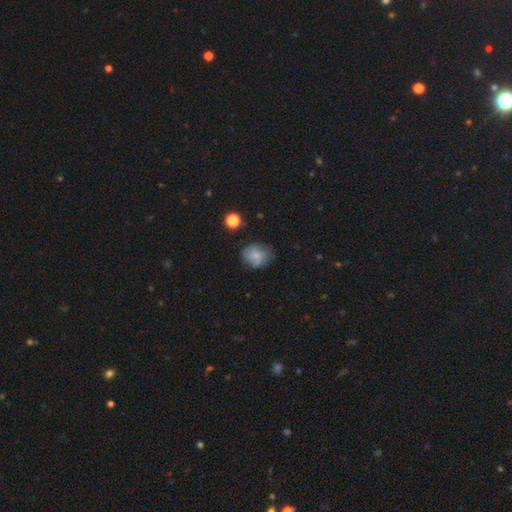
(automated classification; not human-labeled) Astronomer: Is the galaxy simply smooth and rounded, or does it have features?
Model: smooth — 68%.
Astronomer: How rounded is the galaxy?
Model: round — 59% (runner-up: in between, 40%).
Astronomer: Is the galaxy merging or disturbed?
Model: none — 65%.